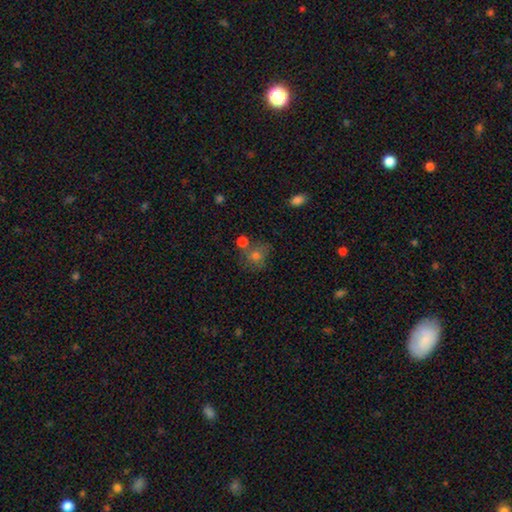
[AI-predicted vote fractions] smooth 71%, featured or disk 15%, star or artifact 14%. Down the decision tree: how rounded — round (77%); merging — none (56%).